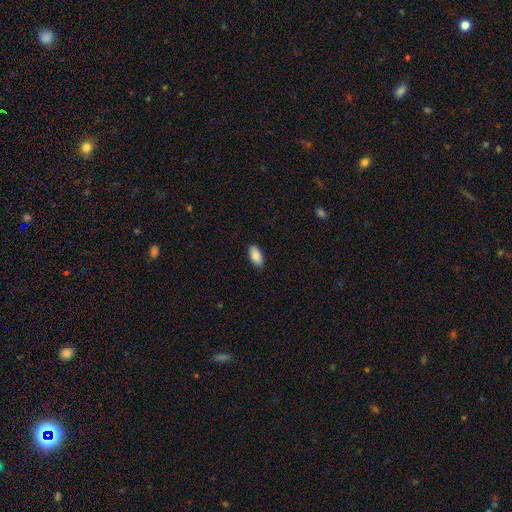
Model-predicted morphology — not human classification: type=smooth (87%); roundness=in between (92%); merging=none (88%).